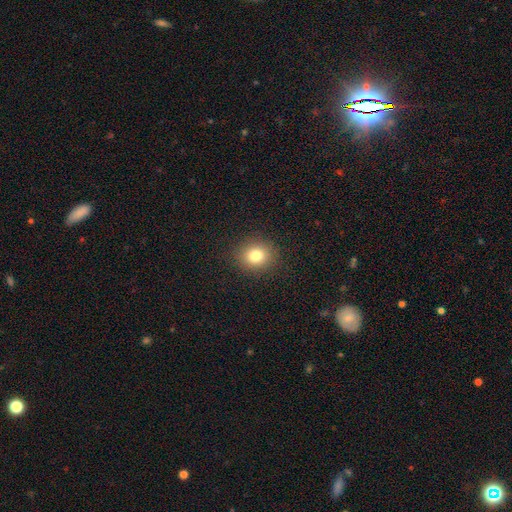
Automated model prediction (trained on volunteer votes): Smooth or featured?
  - smooth: 80% *
  - star or artifact: 12%
  - featured or disk: 7%
How rounded?
  - round: 78% *
  - in between: 21%
  - cigar-shaped: 1%
Merging?
  - none: 90% *
  - minor disturbance: 6%
  - major disturbance: 2%
  - merger: 1%